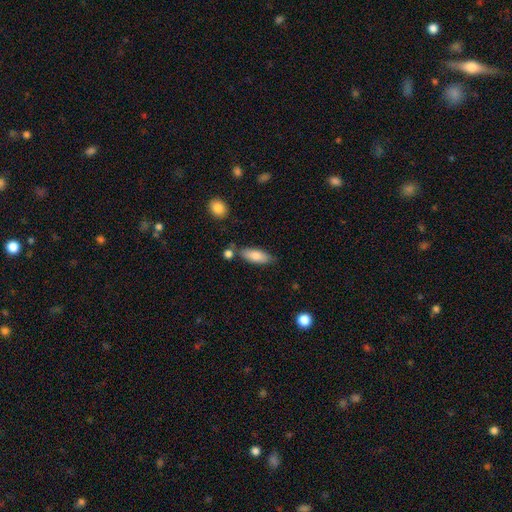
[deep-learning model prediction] Smooth or featured: smooth — 81% (featured or disk — 12%)
How rounded: in between — 74% (cigar-shaped — 24%)
Merging: none — 71% (minor disturbance — 16%)